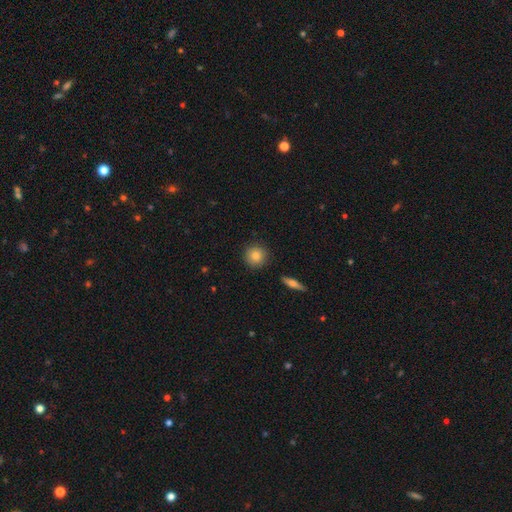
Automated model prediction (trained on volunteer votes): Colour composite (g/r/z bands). It shows a smooth galaxy with no disk features (84%) that is round (93%). Merging: none (89%).